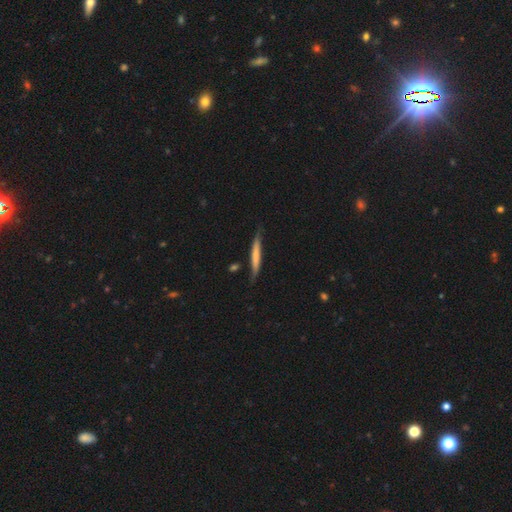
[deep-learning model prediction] smooth-or-featured: smooth: 61% | featured or disk: 34% | star or artifact: 5%
  how-rounded: cigar-shaped: 95% | in between: 4% | round: 1%
  merging: none: 73% | minor disturbance: 20% | major disturbance: 4% | merger: 3%